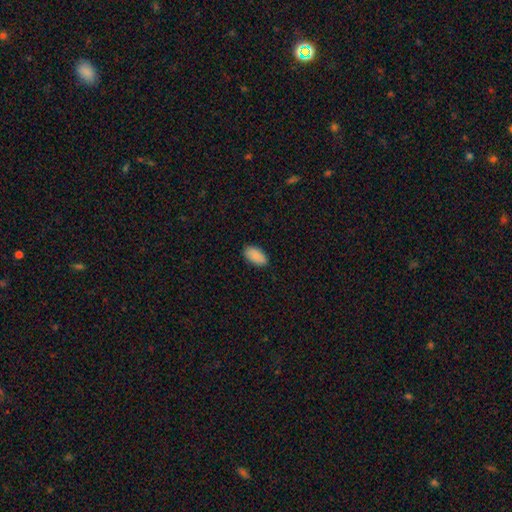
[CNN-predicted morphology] type=smooth (90%); roundness=in between (95%); merging=none (88%).